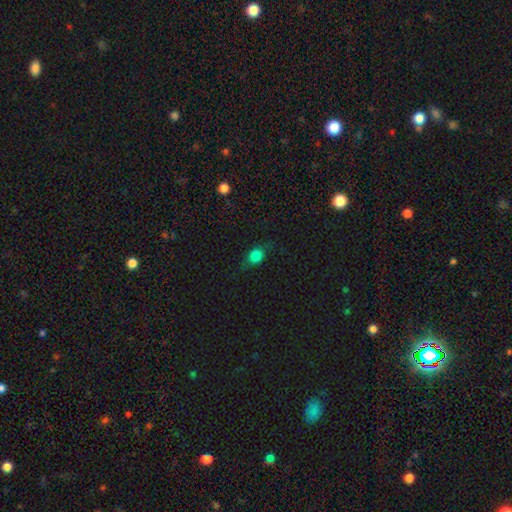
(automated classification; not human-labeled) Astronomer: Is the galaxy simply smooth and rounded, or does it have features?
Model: smooth — 73%.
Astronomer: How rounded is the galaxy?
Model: in between — 53% (runner-up: round, 43%).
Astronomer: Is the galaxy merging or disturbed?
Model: none — 66%.